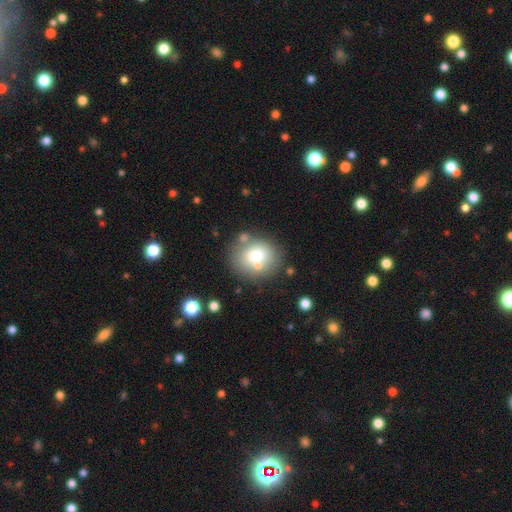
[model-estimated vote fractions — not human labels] smooth_or_featured: smooth (p=0.70) [alt: featured or disk p=0.20]
how_rounded: round (p=0.69) [alt: in between p=0.30]
merging: none (p=0.63) [alt: merger p=0.16]